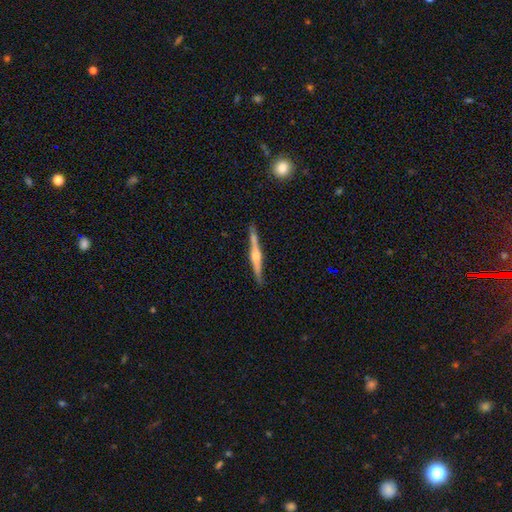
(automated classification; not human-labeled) Smooth or featured? featured or disk (77%)
Edge-on disk? yes (98%)
Edge-on bulge? rounded (82%)
Merging? none (90%)